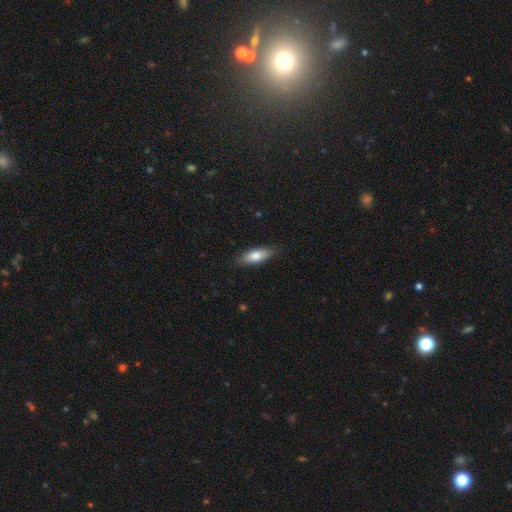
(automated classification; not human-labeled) The model was most divided on "how rounded": in between: 67%, cigar-shaped: 31%, round: 2%. More confident: merging — none (82%); smooth or featured — smooth (73%).